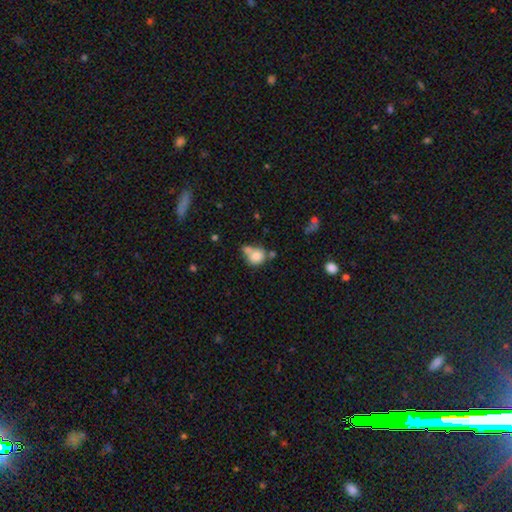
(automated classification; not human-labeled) smooth_or_featured: smooth (p=0.77) [alt: featured or disk p=0.14]
how_rounded: round (p=0.72) [alt: in between p=0.27]
merging: none (p=0.38) [tied with: merger p=0.38]